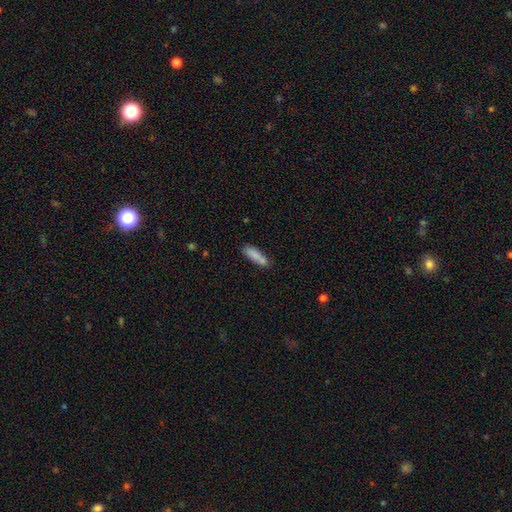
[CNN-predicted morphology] Smooth or featured? Predicted: smooth (p=0.83). How rounded? Predicted: cigar-shaped (p=0.61). Merging? Predicted: none (p=0.66).